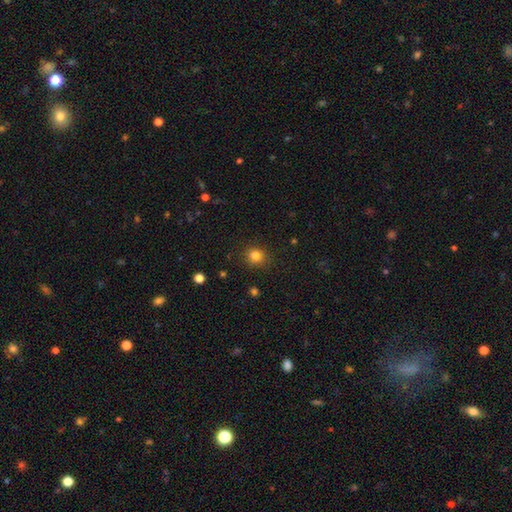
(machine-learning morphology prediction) Smooth or featured? smooth (82%)
How rounded? round (87%)
Merging? none (85%)